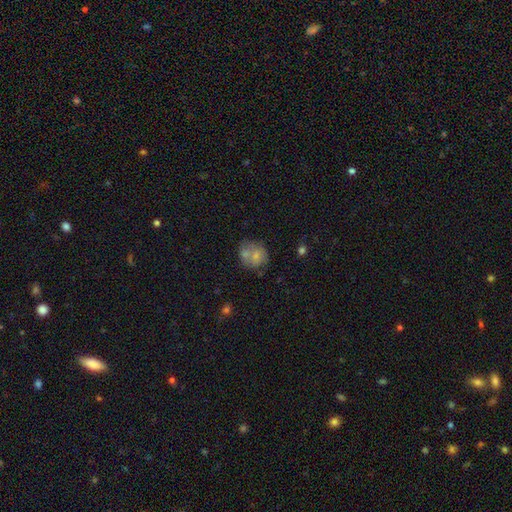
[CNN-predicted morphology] smooth-or-featured: smooth: 55% | featured or disk: 29% | star or artifact: 16%
  how-rounded: round: 77% | in between: 22% | cigar-shaped: 1%
  merging: none: 52% | merger: 28% | minor disturbance: 15% | major disturbance: 6%